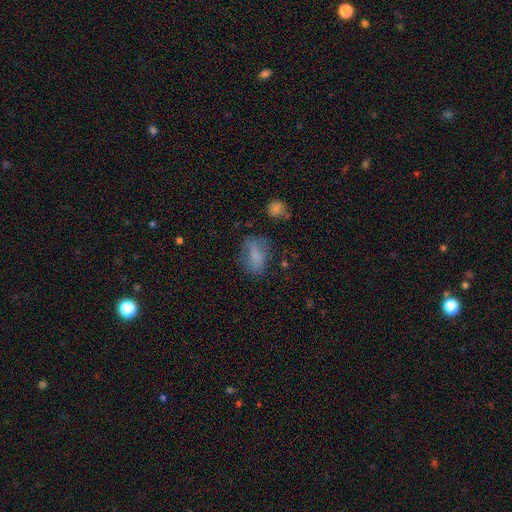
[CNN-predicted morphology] smooth 73%, featured or disk 16%, star or artifact 11%. Down the decision tree: how rounded — in between (82%); merging — none (61%).